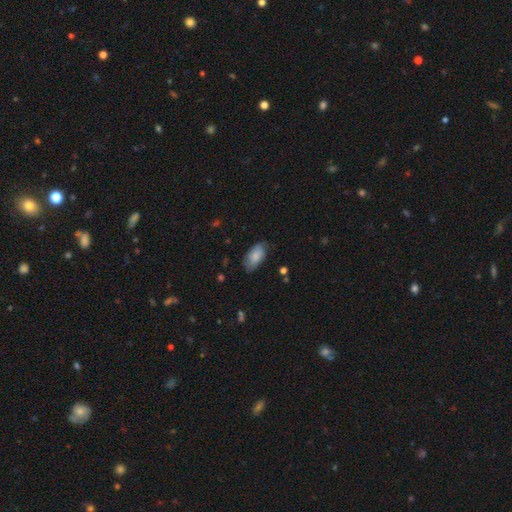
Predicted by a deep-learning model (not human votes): smooth 83%, featured or disk 11%, star or artifact 6%. Down the decision tree: how rounded — in between (93%); merging — none (71%).